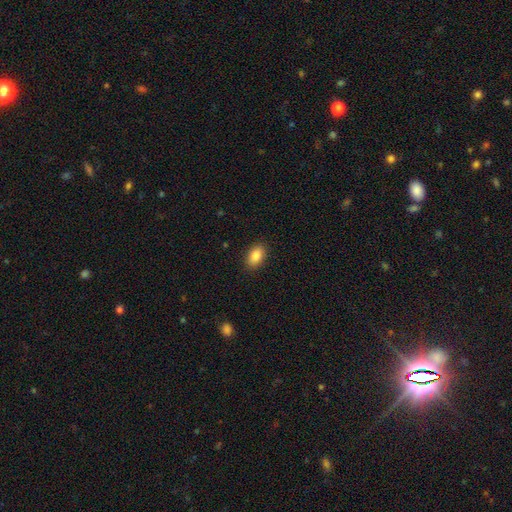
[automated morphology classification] smooth 87%, star or artifact 8%, featured or disk 5%. Down the decision tree: how rounded — in between (90%); merging — none (89%).